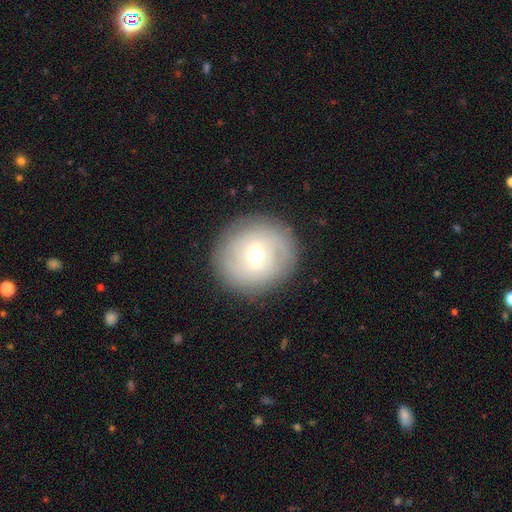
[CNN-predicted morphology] A featured or disk galaxy (52%).

Vote fractions:
- Smooth or featured? featured or disk: 52% / smooth: 39% / star or artifact: 10%
- Edge-on disk? no: 95% / yes: 5%
- Merging? none: 87% / minor disturbance: 9% / major disturbance: 4% / merger: 1%